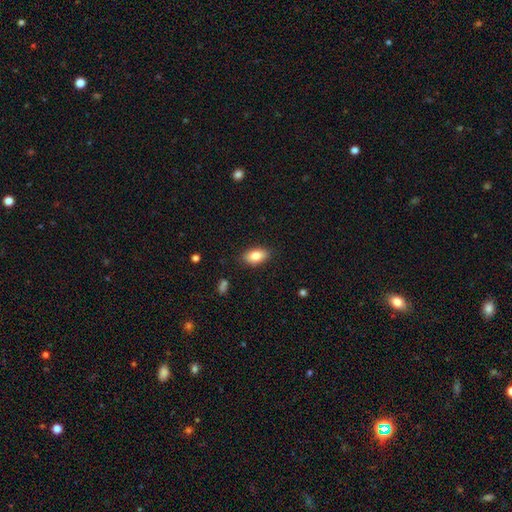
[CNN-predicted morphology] Q: Smooth or featured?
A: smooth (82%); runner-up: featured or disk (11%)
Q: How rounded?
A: in between (90%); runner-up: round (7%)
Q: Merging?
A: none (86%); runner-up: minor disturbance (10%)